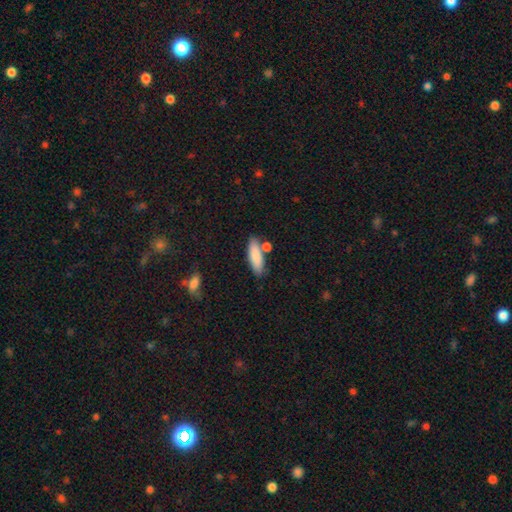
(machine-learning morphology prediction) Smooth or featured? Predicted: smooth (p=0.86). How rounded? Predicted: in between (p=0.52). Merging? Predicted: none (p=0.72).